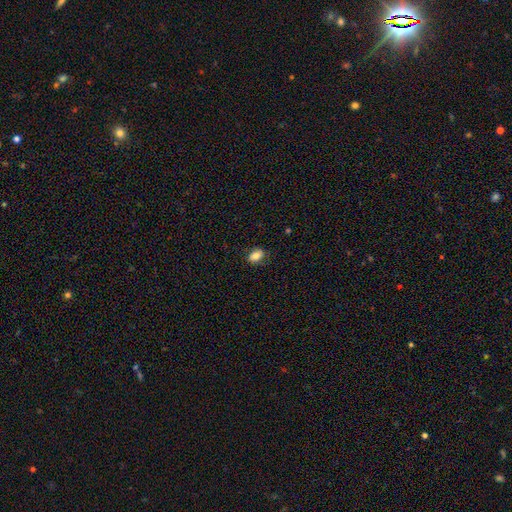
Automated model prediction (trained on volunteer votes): smooth 76%, featured or disk 15%, star or artifact 9%. Down the decision tree: how rounded — in between (81%); merging — none (79%).